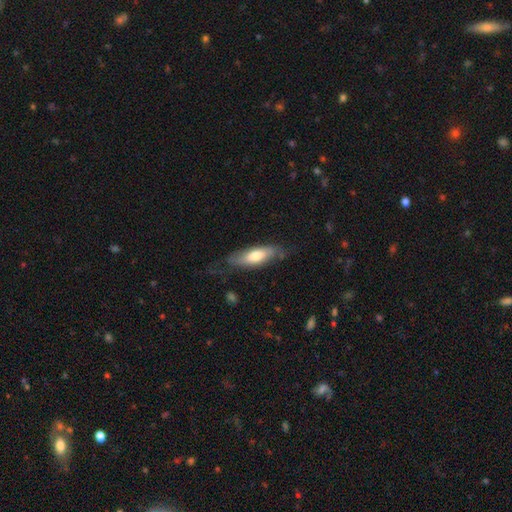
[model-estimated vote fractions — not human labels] This is likely a smooth galaxy (64%). How rounded: possibly in between (59%). Merging: likely none (63%).